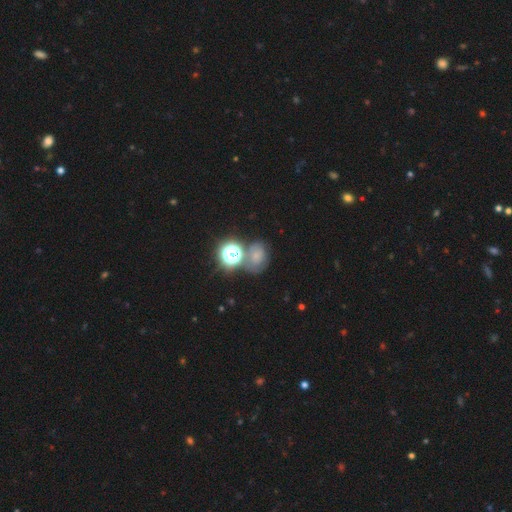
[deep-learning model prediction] A smooth galaxy with no disk features (49%). Merging: none (53%).